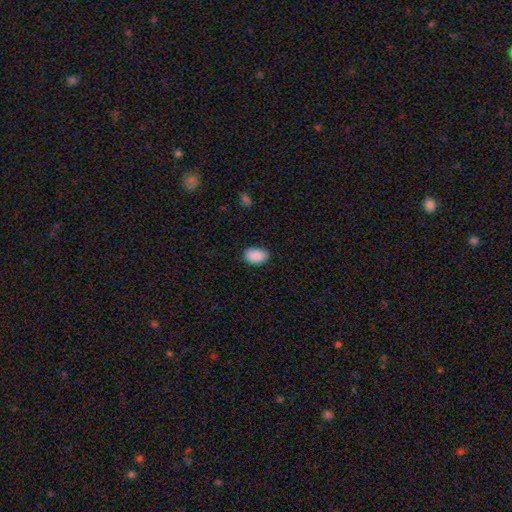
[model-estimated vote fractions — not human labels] This appears to be a smooth galaxy with no disk features (90%) that is in between round and cigar-shaped (88%). Merging: none (80%).